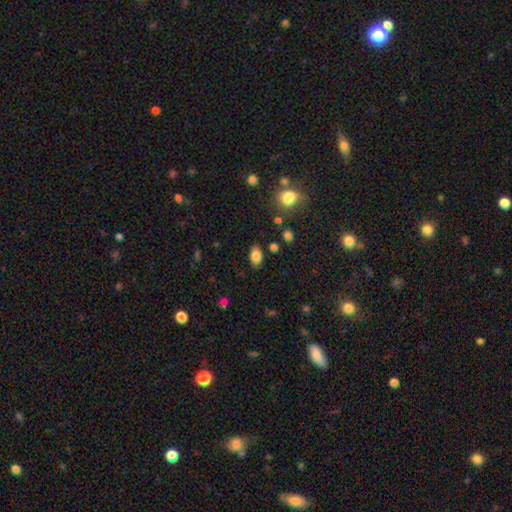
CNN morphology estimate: Smooth or featured? smooth (83%)
How rounded? in between (89%)
Merging? none (83%)